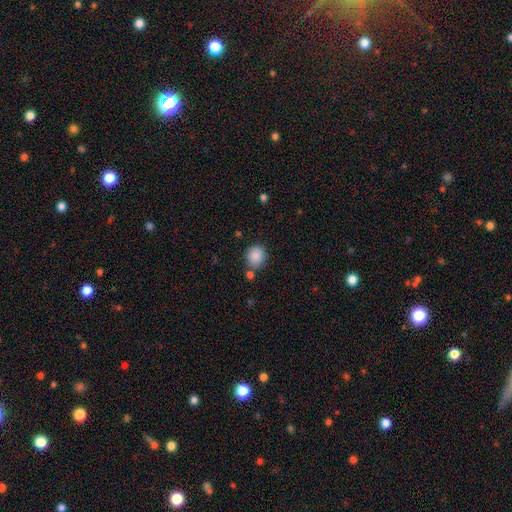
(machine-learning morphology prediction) Q: Smooth or featured?
A: smooth (87%); runner-up: star or artifact (9%)
Q: How rounded?
A: round (82%); runner-up: in between (17%)
Q: Merging?
A: none (74%); runner-up: minor disturbance (12%)